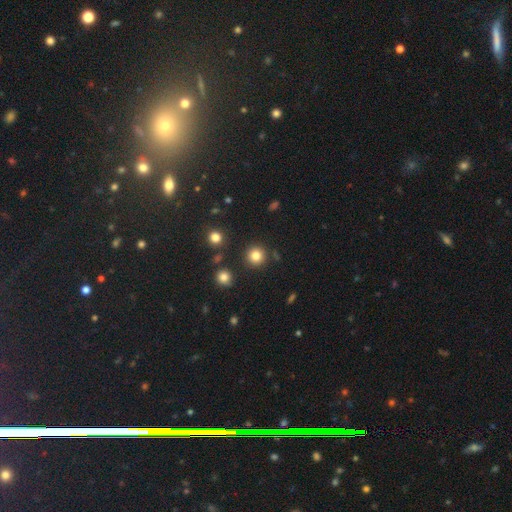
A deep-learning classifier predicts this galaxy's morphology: Overall: smooth (82%). How rounded: round (95%). Merging: none (89%).